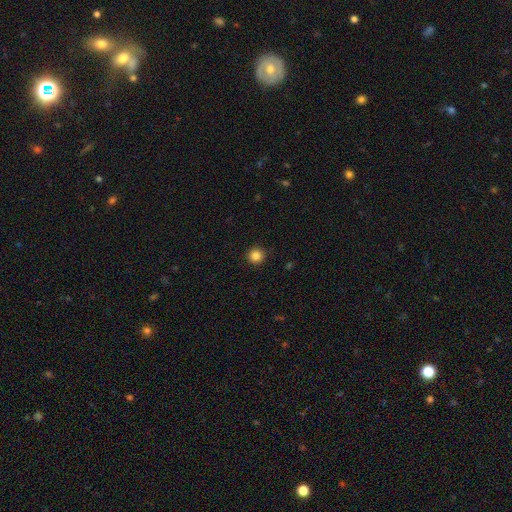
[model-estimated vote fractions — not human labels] smooth 86%, star or artifact 11%, featured or disk 3%. Down the decision tree: how rounded — round (96%); merging — none (91%).